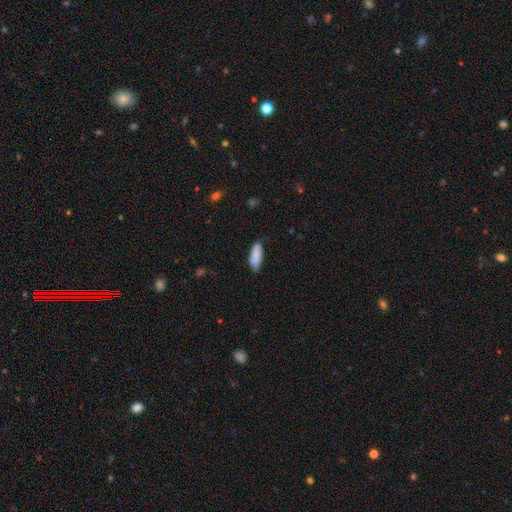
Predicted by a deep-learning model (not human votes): smooth-or-featured: smooth: 84% | featured or disk: 10% | star or artifact: 6%
  how-rounded: in between: 73% | cigar-shaped: 25% | round: 2%
  merging: none: 70% | minor disturbance: 24% | major disturbance: 4% | merger: 2%